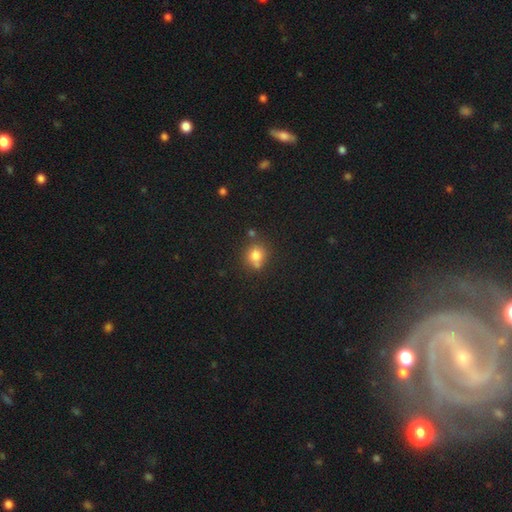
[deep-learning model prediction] smooth-or-featured: smooth: 78% | star or artifact: 13% | featured or disk: 10%
  how-rounded: round: 80% | in between: 19% | cigar-shaped: 1%
  merging: none: 60% | merger: 20% | minor disturbance: 15% | major disturbance: 5%